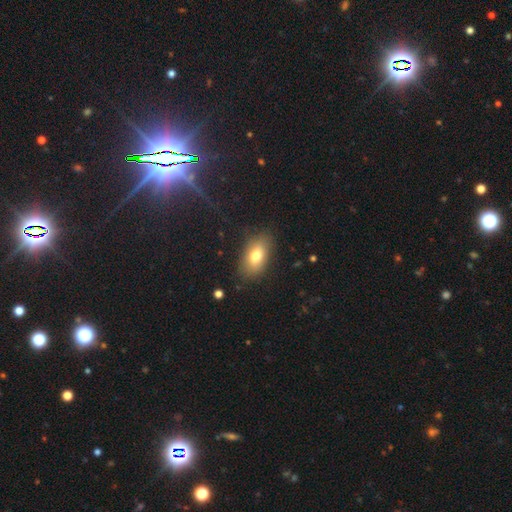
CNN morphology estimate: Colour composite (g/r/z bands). It shows a smooth galaxy with no disk features (76%) that is in between round and cigar-shaped (90%). Merging: none (82%).